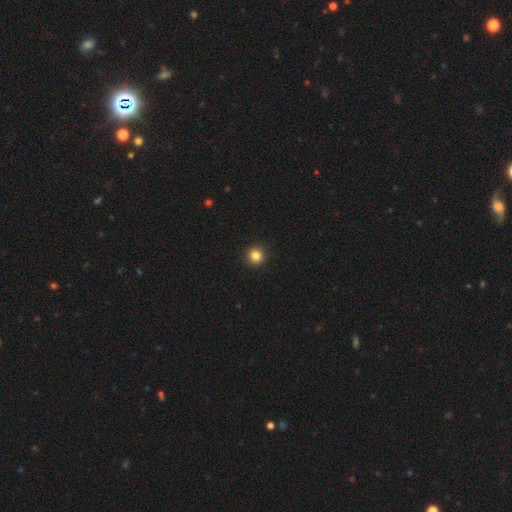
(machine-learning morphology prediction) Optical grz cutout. It shows a smooth galaxy with no disk features (83%) that is round (95%). Merging: none (94%).